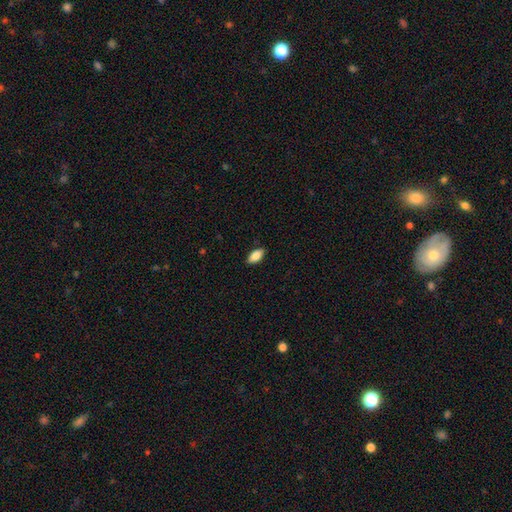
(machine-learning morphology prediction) A smooth galaxy with no disk features (86%) that is in between round and cigar-shaped (90%).

Vote fractions:
- Smooth or featured? smooth: 86% / featured or disk: 7% / star or artifact: 7%
- How rounded? in between: 90% / cigar-shaped: 7% / round: 3%
- Merging? none: 88% / minor disturbance: 9% / major disturbance: 2% / merger: 1%